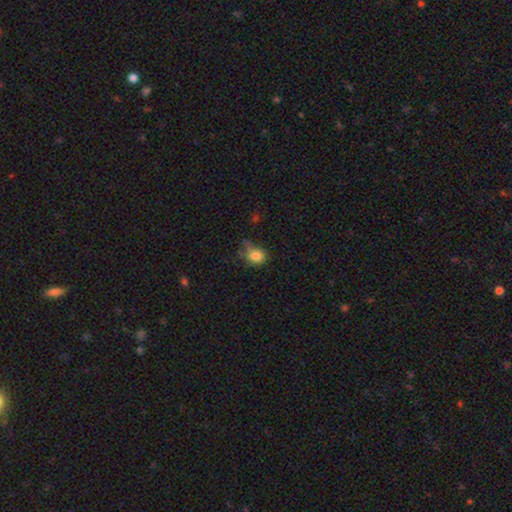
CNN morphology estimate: smooth 81%, star or artifact 11%, featured or disk 9%. Down the decision tree: how rounded — round (55%); merging — none (45%).